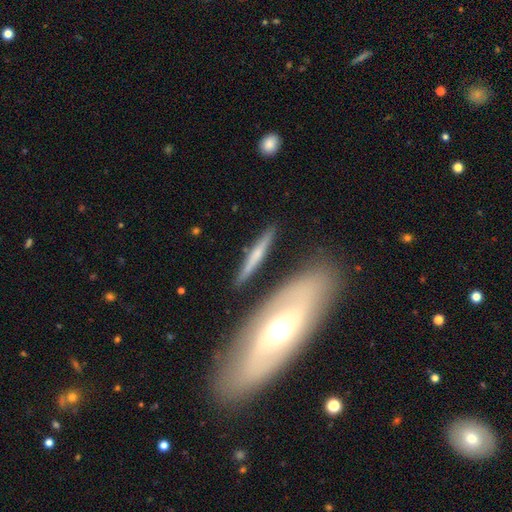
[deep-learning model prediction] featured or disk 47%, smooth 46%, star or artifact 7%. Down the decision tree: merging — none (83%).